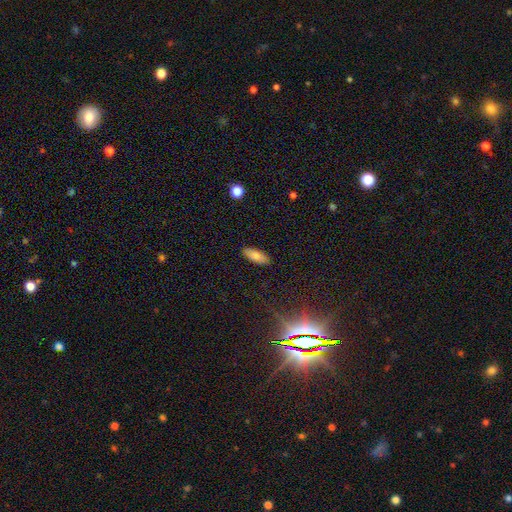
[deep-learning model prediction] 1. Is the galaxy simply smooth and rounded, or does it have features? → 80% smooth, 12% featured or disk, 8% star or artifact.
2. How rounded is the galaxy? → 77% in between, 21% cigar-shaped, 2% round.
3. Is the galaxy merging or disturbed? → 89% none, 8% minor disturbance, 2% major disturbance, 1% merger.